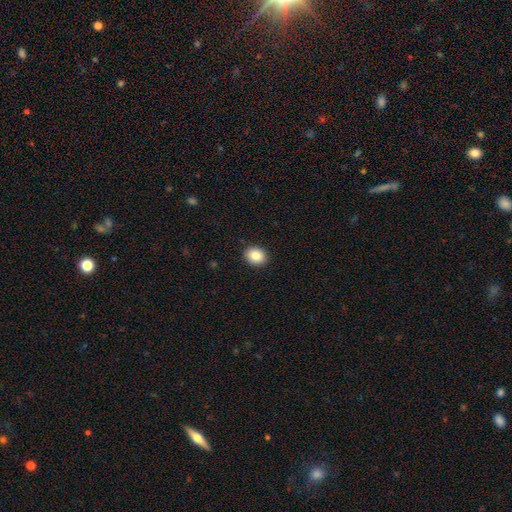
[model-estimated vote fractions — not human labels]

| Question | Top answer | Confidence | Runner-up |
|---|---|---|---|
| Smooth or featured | smooth | 85% | star or artifact (8%) |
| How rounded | round | 52% | in between (47%) |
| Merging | none | 90% | minor disturbance (7%) |